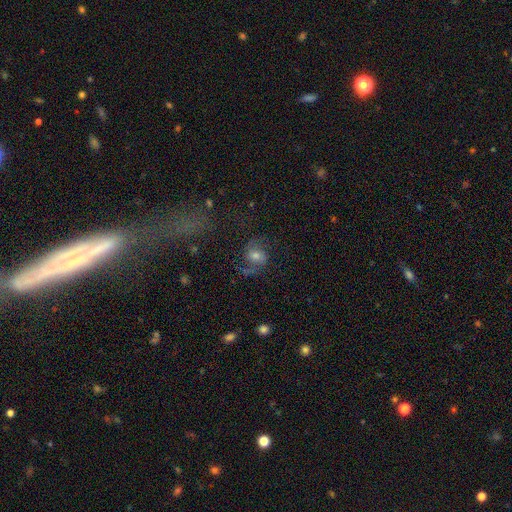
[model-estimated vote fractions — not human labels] A featured or disk galaxy (66%) with no bar (51%), 2 (86%) medium (49%) spiral arms (91%) and a moderate central bulge (59%). Merging: none (63%).